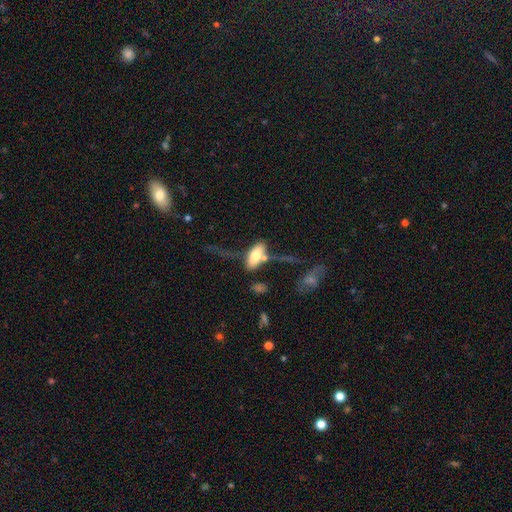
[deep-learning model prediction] Smooth or featured: smooth — 59% (featured or disk — 33%)
How rounded: in between — 86% (cigar-shaped — 11%)
Merging: none — 38% (major disturbance — 22%)